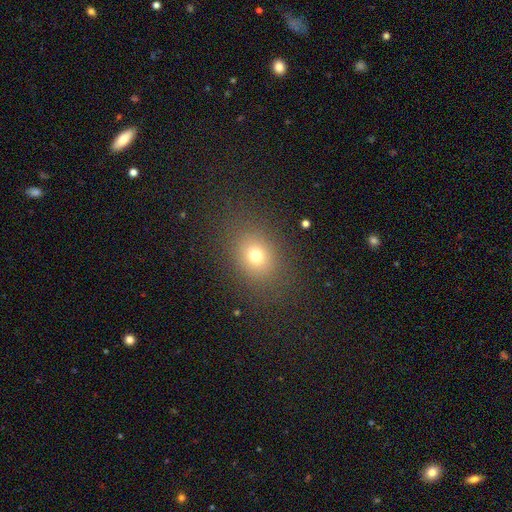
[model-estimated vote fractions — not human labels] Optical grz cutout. It shows a smooth galaxy with no disk features (73%) that is round (50%). Merging: none (83%).